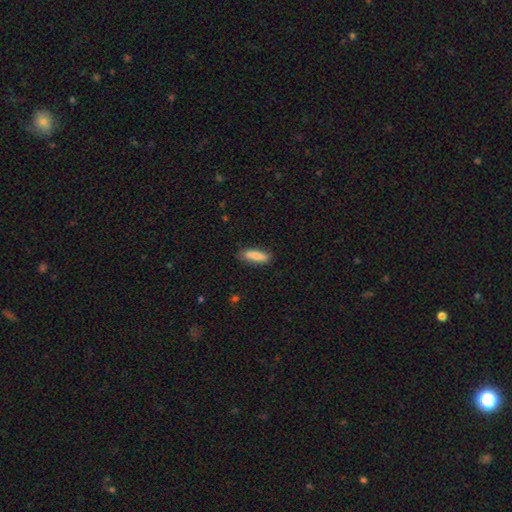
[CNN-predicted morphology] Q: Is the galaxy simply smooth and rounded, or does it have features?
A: smooth — 84%.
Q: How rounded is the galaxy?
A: cigar-shaped — 53%.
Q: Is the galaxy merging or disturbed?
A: none — 76%.